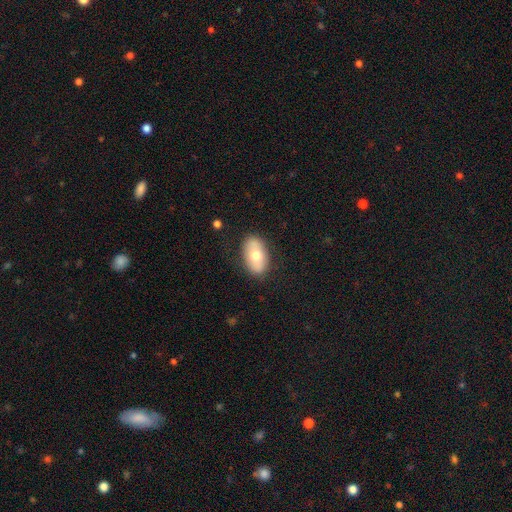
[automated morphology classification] smooth-or-featured: smooth: 66% | featured or disk: 28% | star or artifact: 6%
  how-rounded: in between: 91% | round: 7% | cigar-shaped: 2%
  merging: none: 82% | minor disturbance: 13% | major disturbance: 4% | merger: 1%